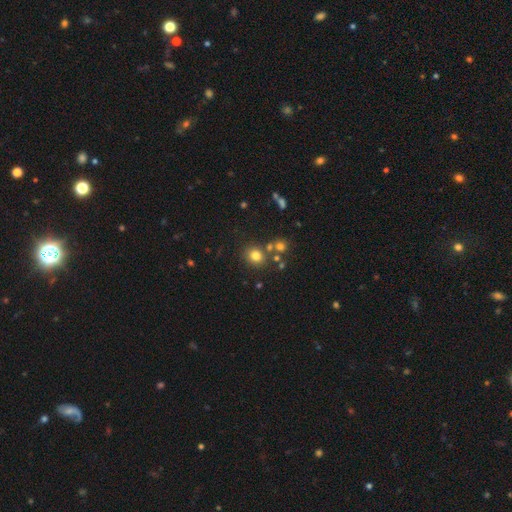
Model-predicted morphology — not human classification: Smooth or featured? Predicted: smooth (p=0.76). How rounded? Predicted: round (p=0.82). Merging? Predicted: none (p=0.76).